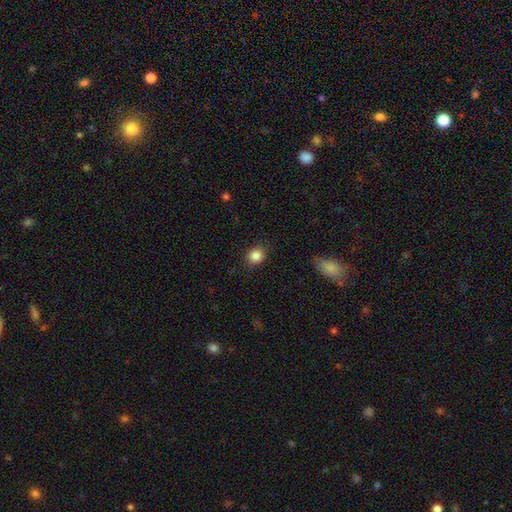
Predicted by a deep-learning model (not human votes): A smooth galaxy with no disk features (85%) that is round (66%).

Vote fractions:
- Smooth or featured? smooth: 85% / star or artifact: 10% / featured or disk: 5%
- How rounded? round: 66% / in between: 33% / cigar-shaped: 1%
- Merging? none: 86% / minor disturbance: 10% / major disturbance: 3% / merger: 1%